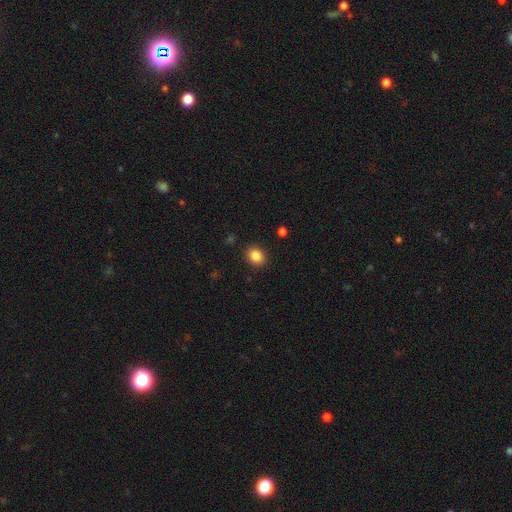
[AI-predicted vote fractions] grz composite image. It shows a smooth galaxy with no disk features (85%) that is round (64%). Merging: none (90%).